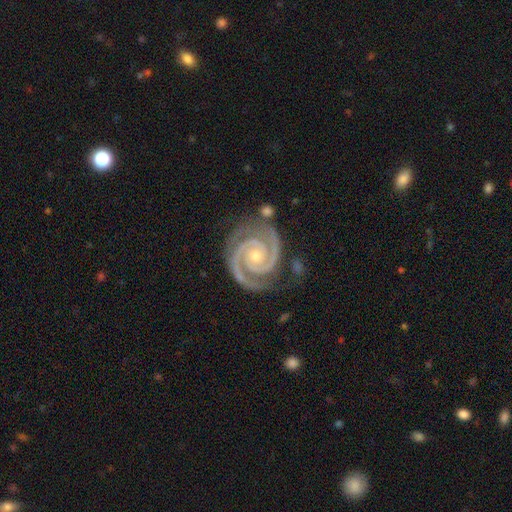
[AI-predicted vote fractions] The model was most divided on "bulge size": small: 60%, moderate: 37%, none: 1%, large: 1%, dominant: 1%. More confident: spiral arms — yes (99%); edge-on disk — no (98%); smooth or featured — featured or disk (94%); spiral arm count — 2 (92%); merging — none (80%); spiral winding — tight (79%); bar — no (72%).